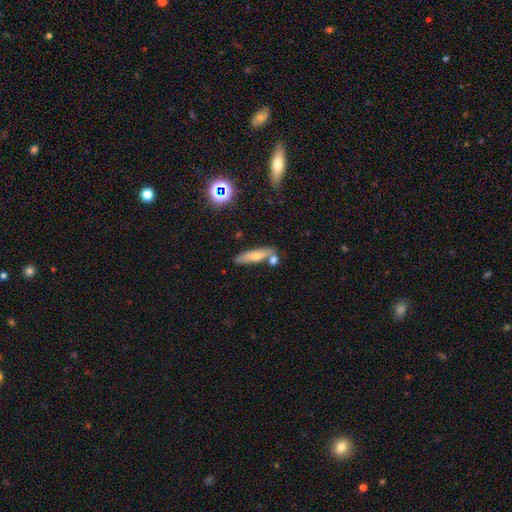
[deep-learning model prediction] smooth 64%, featured or disk 27%, star or artifact 9%. Down the decision tree: how rounded — cigar-shaped (66%); merging — none (67%).